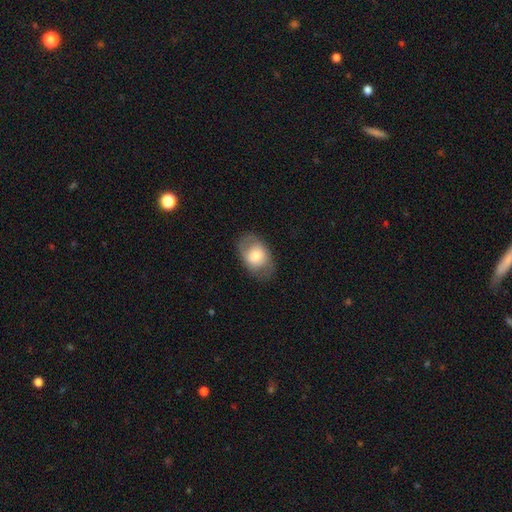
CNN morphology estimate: smooth 60%, featured or disk 33%, star or artifact 7%. Down the decision tree: how rounded — in between (79%); merging — none (76%).